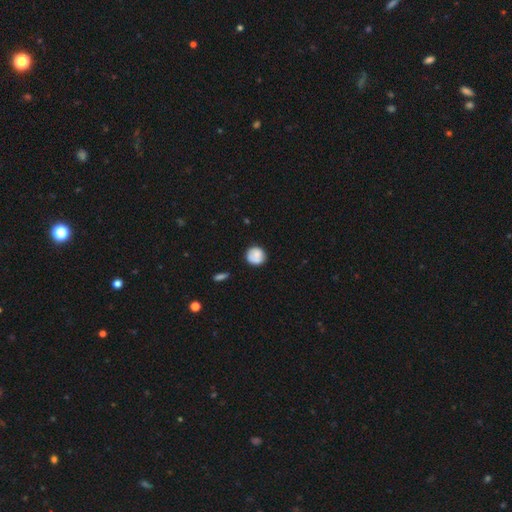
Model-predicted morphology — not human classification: type=smooth (77%); roundness=round (89%); merging=none (73%).